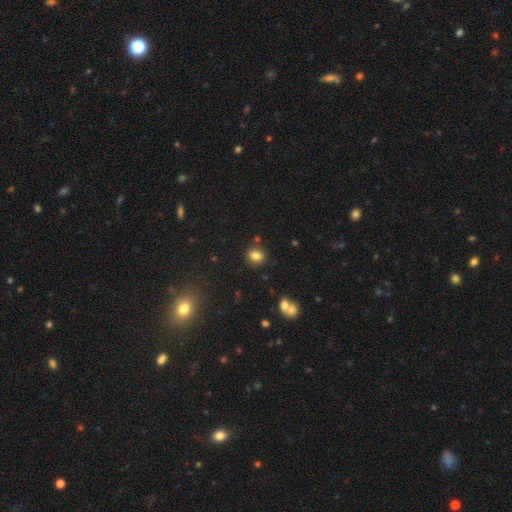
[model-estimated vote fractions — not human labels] Overall: smooth (82%). How rounded: round (80%). Merging: none (84%).